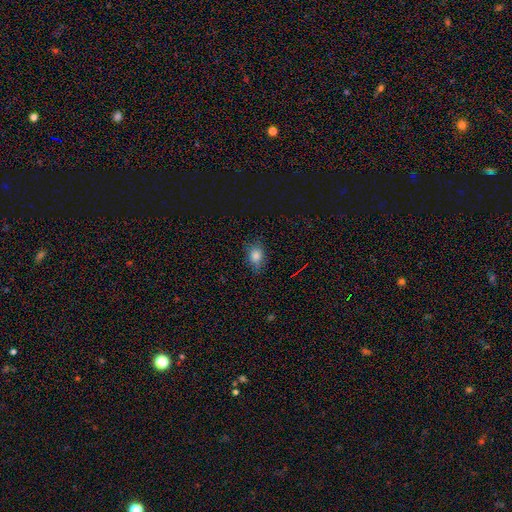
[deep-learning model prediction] Smooth or featured? smooth (79%)
How rounded? in between (62%)
Merging? none (78%)